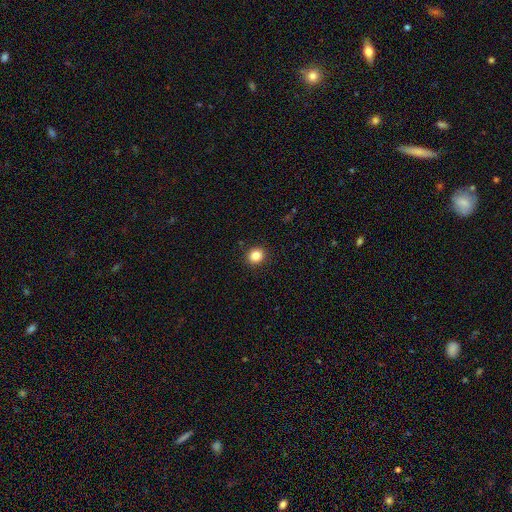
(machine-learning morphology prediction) A smooth galaxy with no disk features (85%) that is round (81%).

Vote fractions:
- Smooth or featured? smooth: 85% / star or artifact: 11% / featured or disk: 4%
- How rounded? round: 81% / in between: 18% / cigar-shaped: 1%
- Merging? none: 91% / minor disturbance: 6% / major disturbance: 2% / merger: 1%